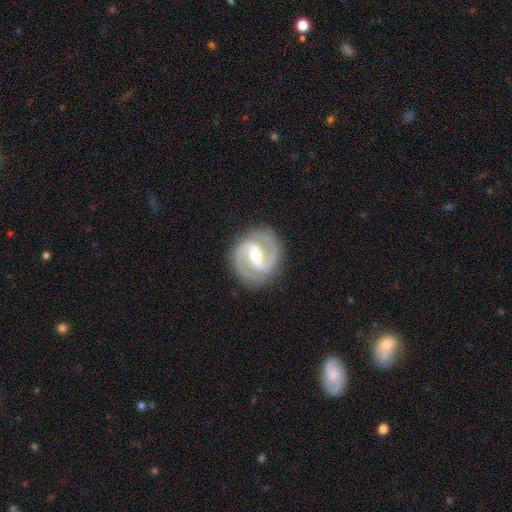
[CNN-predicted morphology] A featured or disk galaxy (91%) with a strong bar (52%), 2 (94%) medium (53%) spiral arms (98%) and a moderate central bulge (60%). Merging: none (87%).